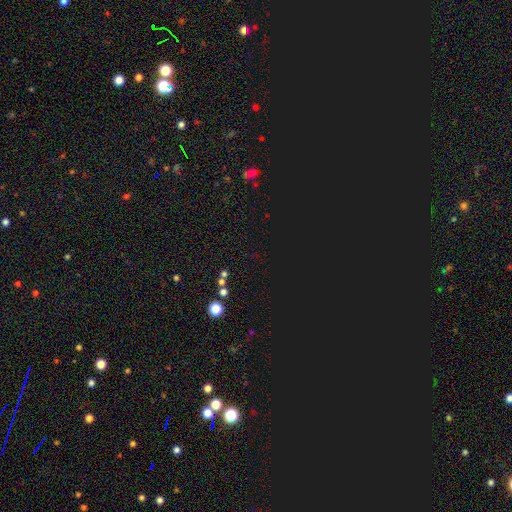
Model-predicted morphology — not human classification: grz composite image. It shows a star or artifact, not a galaxy (69%).